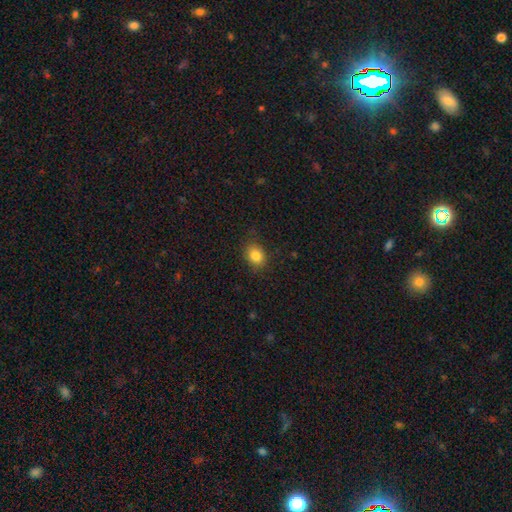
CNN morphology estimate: Smooth or featured? Predicted: smooth (p=0.84). How rounded? Predicted: round (p=0.50). Merging? Predicted: none (p=0.82).